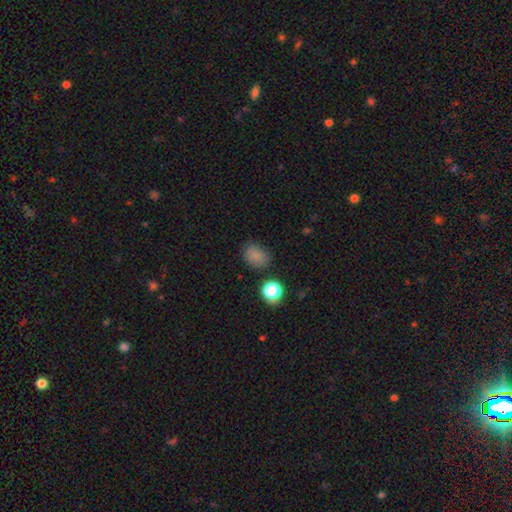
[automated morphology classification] Overall: smooth (78%). How rounded: in between (52%; round 47%). Merging: none (74%).